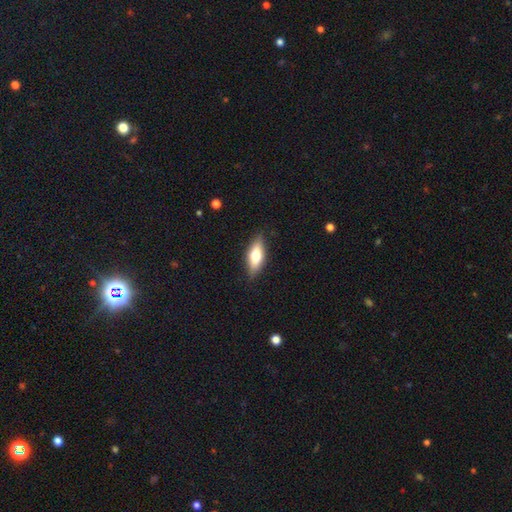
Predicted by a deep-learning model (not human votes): Smooth or featured: smooth — 64% (featured or disk — 30%)
How rounded: in between — 71% (cigar-shaped — 26%)
Merging: none — 84% (minor disturbance — 12%)